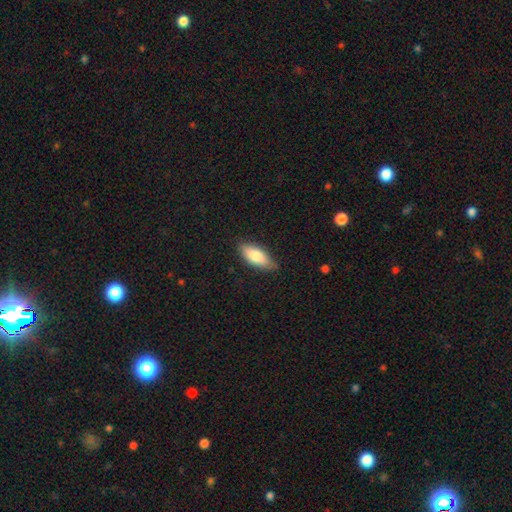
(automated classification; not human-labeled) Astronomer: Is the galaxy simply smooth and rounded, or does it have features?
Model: smooth — 81%.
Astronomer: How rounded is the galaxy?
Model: in between — 82%.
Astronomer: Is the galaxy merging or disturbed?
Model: none — 78%.